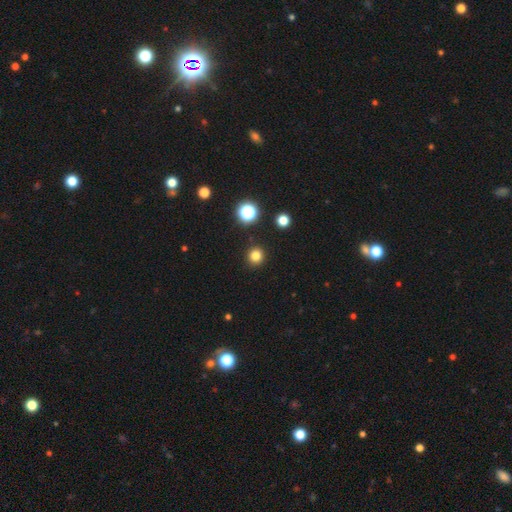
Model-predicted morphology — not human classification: smooth-or-featured: smooth: 80% | star or artifact: 15% | featured or disk: 5%
  how-rounded: round: 94% | in between: 5% | cigar-shaped: 1%
  merging: none: 92% | minor disturbance: 5% | major disturbance: 2% | merger: 1%